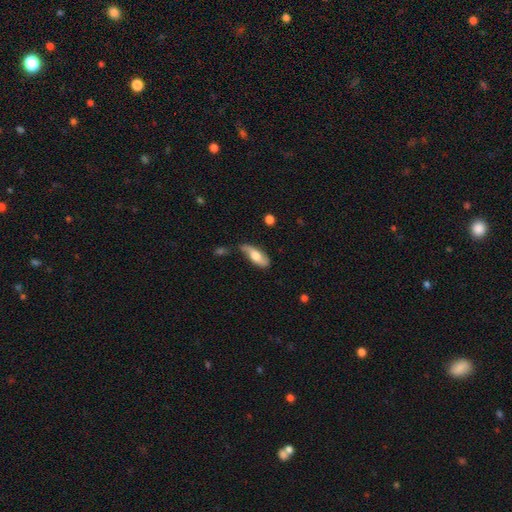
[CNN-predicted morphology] smooth-or-featured: smooth: 52% | featured or disk: 41% | star or artifact: 6%
  how-rounded: in between: 73% | cigar-shaped: 24% | round: 3%
  merging: none: 58% | minor disturbance: 28% | major disturbance: 8% | merger: 5%